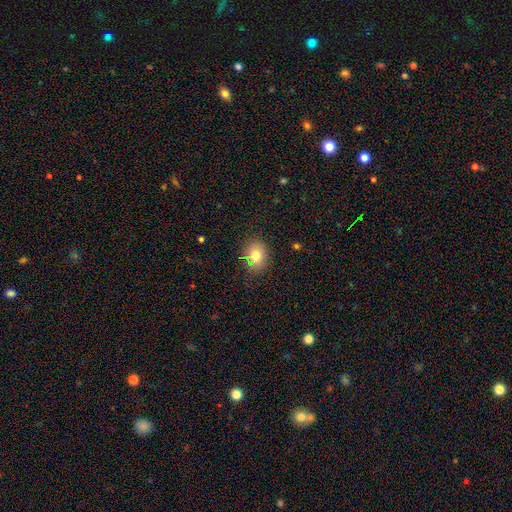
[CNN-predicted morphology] smooth-or-featured: smooth: 75% | star or artifact: 13% | featured or disk: 11%
  how-rounded: round: 58% | in between: 41% | cigar-shaped: 1%
  merging: none: 81% | minor disturbance: 11% | merger: 5% | major disturbance: 3%